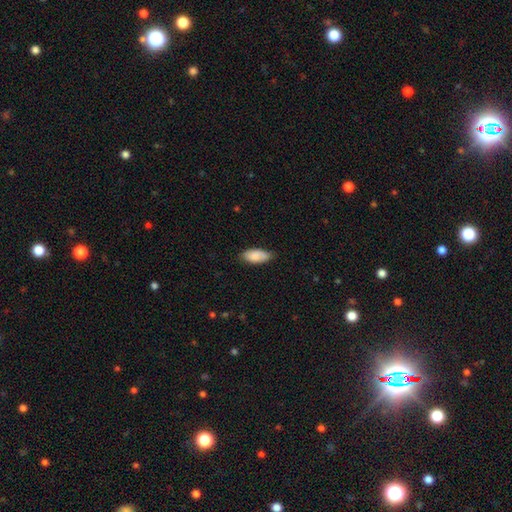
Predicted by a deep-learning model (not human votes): Overall: smooth (88%). How rounded: in between (89%). Merging: none (78%).